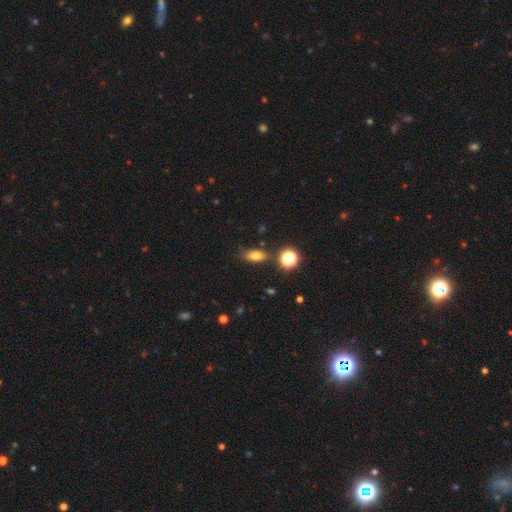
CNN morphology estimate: A smooth galaxy with no disk features (72%) that is in between round and cigar-shaped (74%). Merging: none (77%).